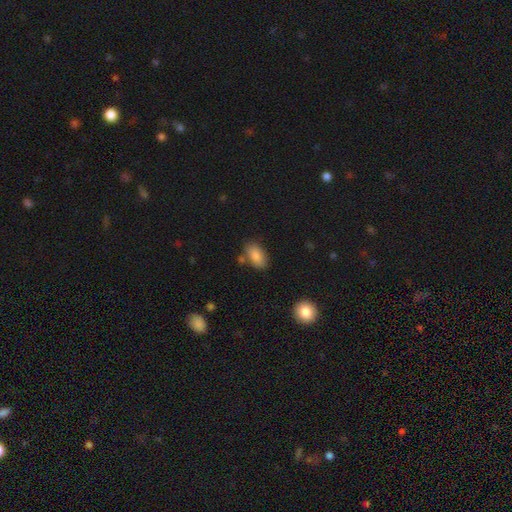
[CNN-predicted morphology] Smooth or featured?
  - smooth: 86% *
  - star or artifact: 7%
  - featured or disk: 6%
How rounded?
  - in between: 92% *
  - round: 5%
  - cigar-shaped: 3%
Merging?
  - none: 76% *
  - minor disturbance: 14%
  - merger: 7%
  - major disturbance: 3%